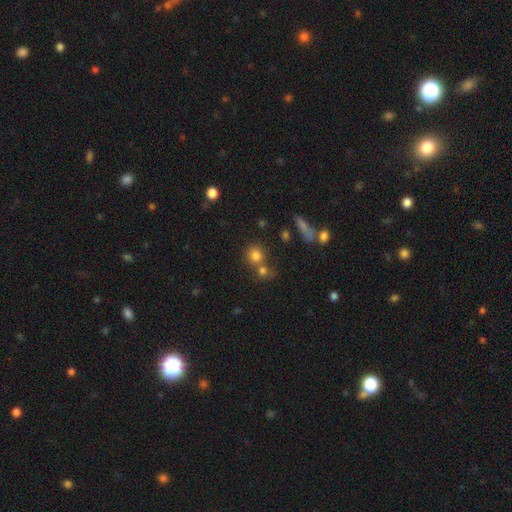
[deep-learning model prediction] Smooth or featured: smooth — 77% (star or artifact — 14%)
How rounded: round — 84% (in between — 14%)
Merging: none — 55% (merger — 33%)